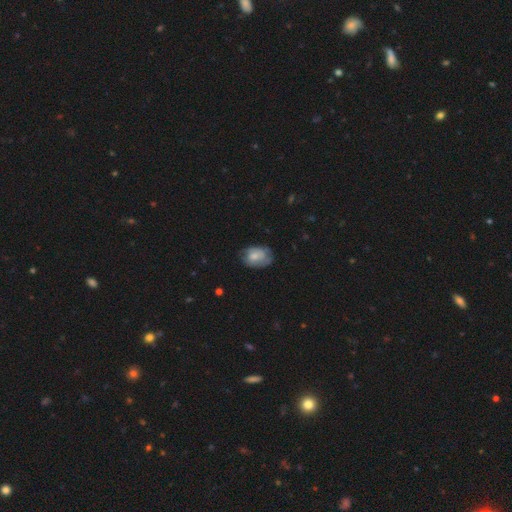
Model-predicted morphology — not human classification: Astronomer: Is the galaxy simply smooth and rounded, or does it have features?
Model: smooth — 59%.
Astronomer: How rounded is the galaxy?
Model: in between — 79%.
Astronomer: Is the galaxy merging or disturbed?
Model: none — 58%.